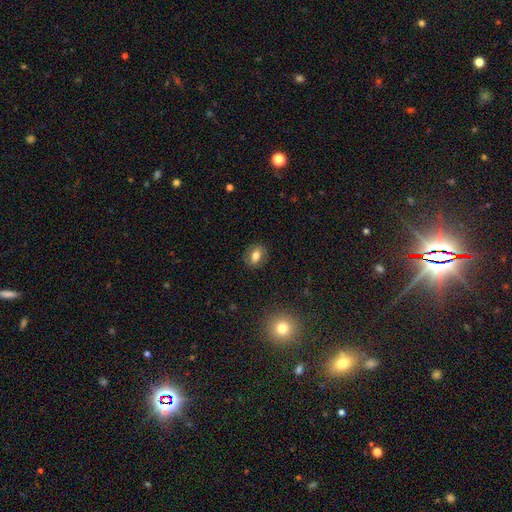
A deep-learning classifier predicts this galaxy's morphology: Q: Smooth or featured?
A: smooth (65%); runner-up: featured or disk (25%)
Q: How rounded?
A: in between (63%); runner-up: round (35%)
Q: Merging?
A: none (83%); runner-up: minor disturbance (12%)